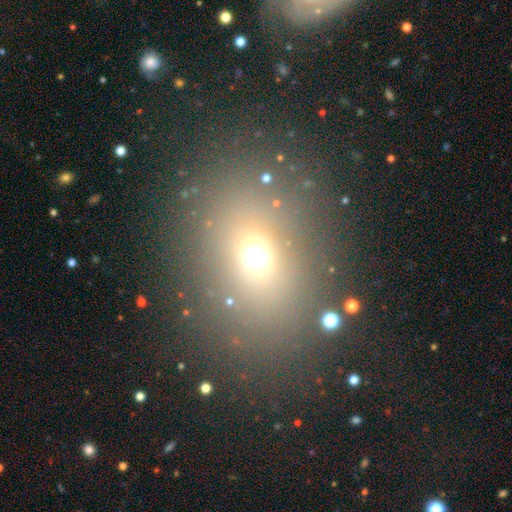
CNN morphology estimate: Q: Smooth or featured?
A: smooth (64%); runner-up: star or artifact (26%)
Q: How rounded?
A: in between (51%); runner-up: round (48%)
Q: Merging?
A: none (84%); runner-up: minor disturbance (8%)